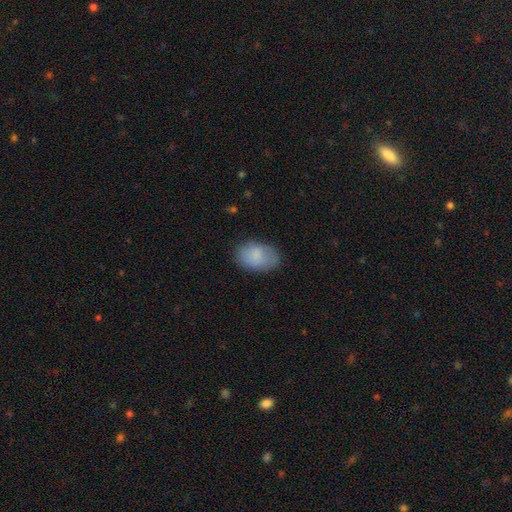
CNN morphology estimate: This is clearly a smooth galaxy (83%). How rounded: clearly in between (88%). Merging: likely none (76%).